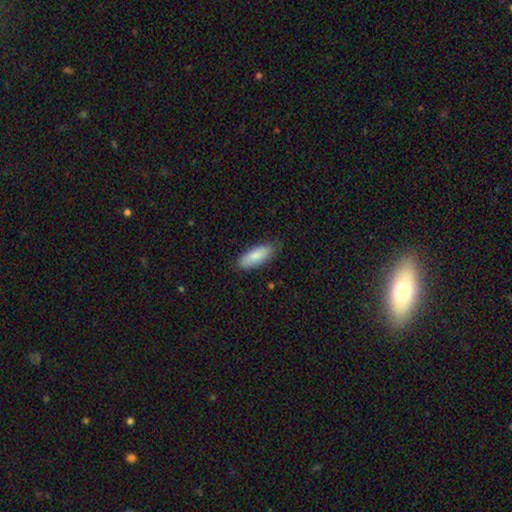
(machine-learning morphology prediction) Overall: smooth (85%). How rounded: in between (76%). Merging: none (79%).